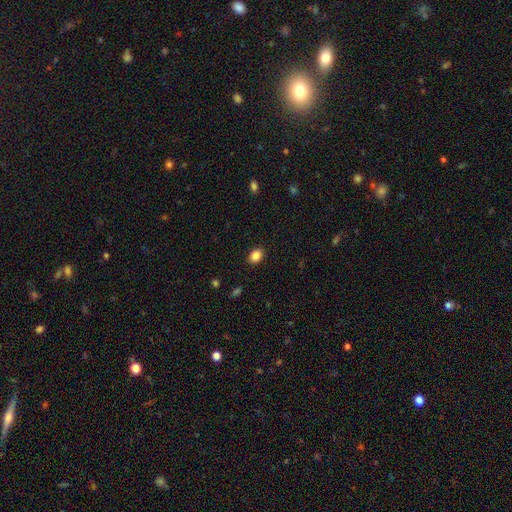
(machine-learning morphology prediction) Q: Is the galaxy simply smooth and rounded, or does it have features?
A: smooth — 87%.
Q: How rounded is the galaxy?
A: in between — 73%.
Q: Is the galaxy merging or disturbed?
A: none — 89%.